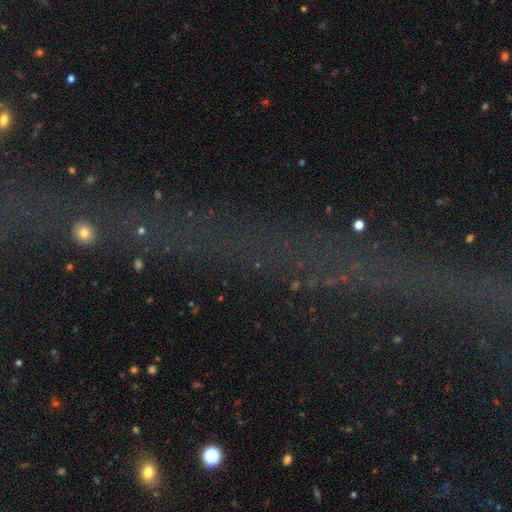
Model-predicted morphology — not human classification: smooth-or-featured: star or artifact: 66% | featured or disk: 19% | smooth: 15%